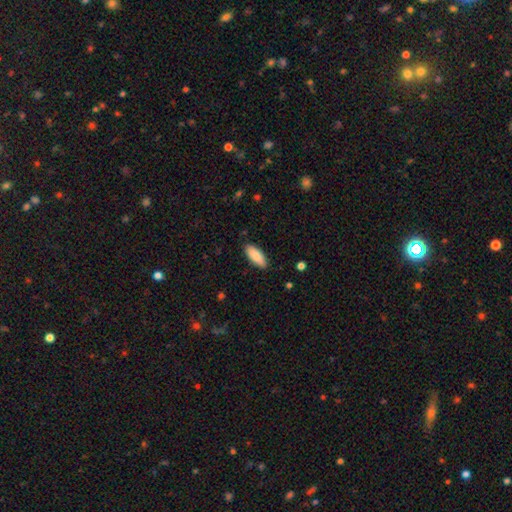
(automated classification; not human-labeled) A smooth galaxy with no disk features (87%) that is in between round and cigar-shaped (79%). Merging: none (89%).